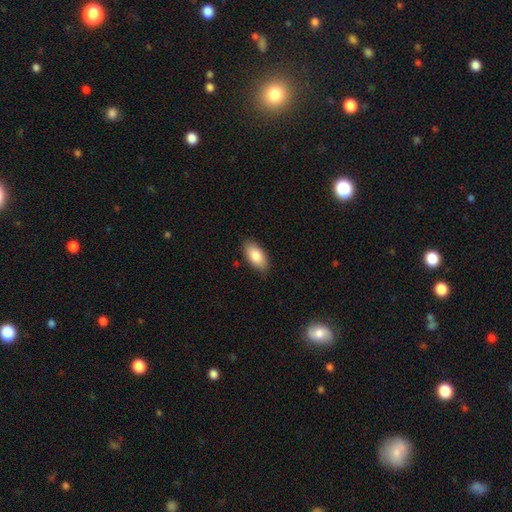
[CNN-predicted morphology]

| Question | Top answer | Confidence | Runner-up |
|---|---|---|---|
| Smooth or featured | smooth | 85% | featured or disk (9%) |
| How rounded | in between | 93% | cigar-shaped (4%) |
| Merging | none | 85% | minor disturbance (12%) |